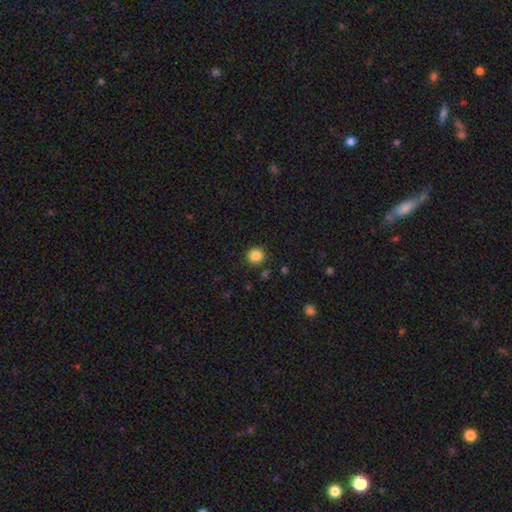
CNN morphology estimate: smooth_or_featured: smooth (p=0.85) [alt: star or artifact p=0.11]
how_rounded: round (p=0.91) [alt: in between p=0.08]
merging: none (p=0.90) [alt: minor disturbance p=0.07]